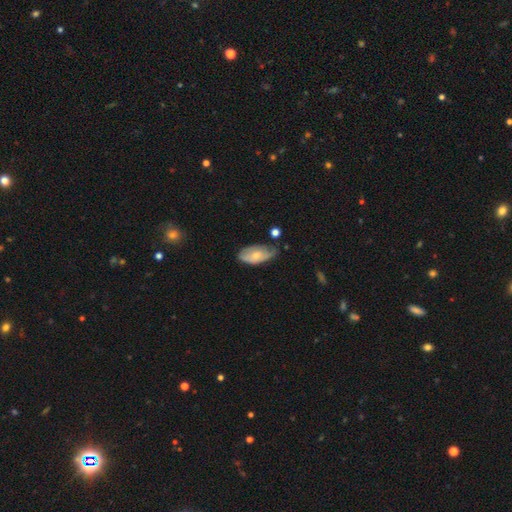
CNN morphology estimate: This appears to be a smooth galaxy with no disk features (55%) that is in between round and cigar-shaped (91%). Merging: none (44%).